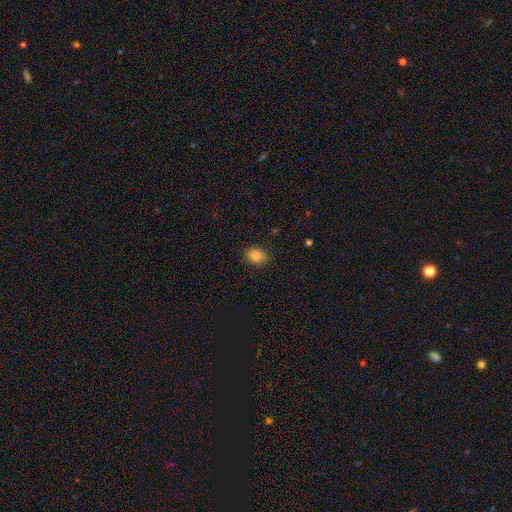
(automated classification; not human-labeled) smooth-or-featured: smooth: 86% | star or artifact: 10% | featured or disk: 4%
  how-rounded: in between: 62% | round: 37% | cigar-shaped: 1%
  merging: none: 87% | minor disturbance: 10% | major disturbance: 2% | merger: 1%